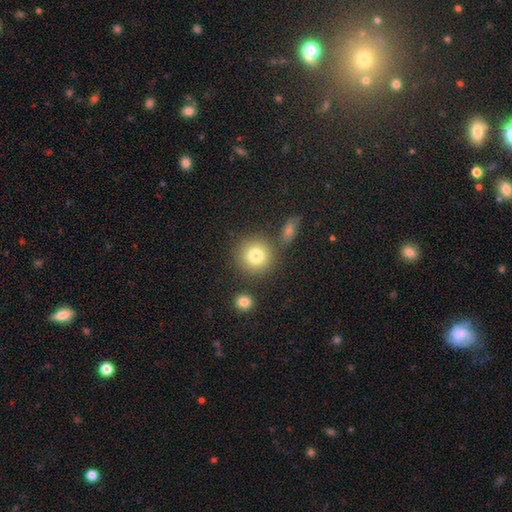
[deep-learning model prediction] Q: Smooth or featured?
A: smooth (81%); runner-up: star or artifact (10%)
Q: How rounded?
A: round (93%); runner-up: in between (6%)
Q: Merging?
A: none (77%); runner-up: merger (11%)